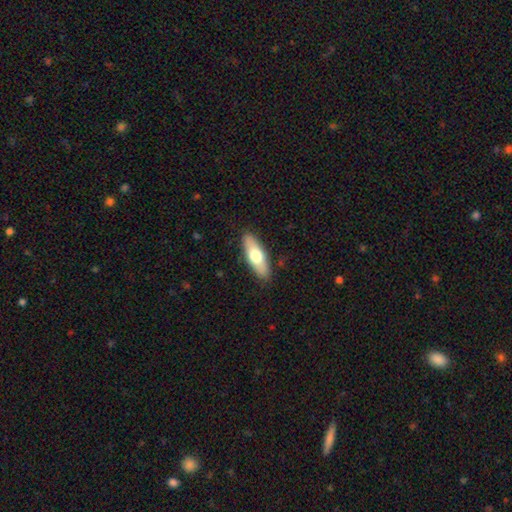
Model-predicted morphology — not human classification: smooth-or-featured: smooth: 65% | featured or disk: 30% | star or artifact: 5%
  how-rounded: in between: 59% | cigar-shaped: 38% | round: 2%
  merging: none: 88% | minor disturbance: 9% | major disturbance: 2% | merger: 1%